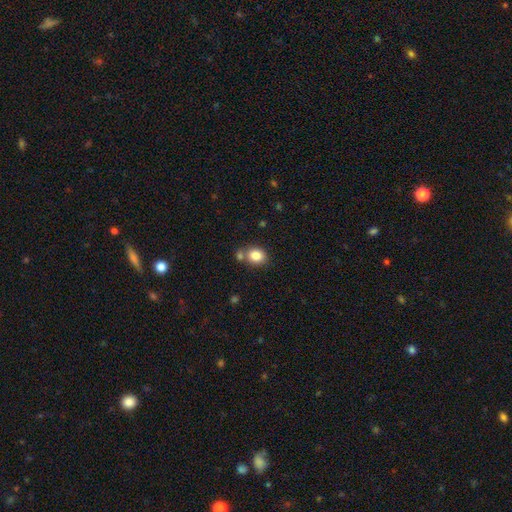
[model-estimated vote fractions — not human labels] The model was most divided on "how rounded": round: 50%, in between: 49%, cigar-shaped: 1%. More confident: smooth or featured — smooth (84%); merging — none (63%).